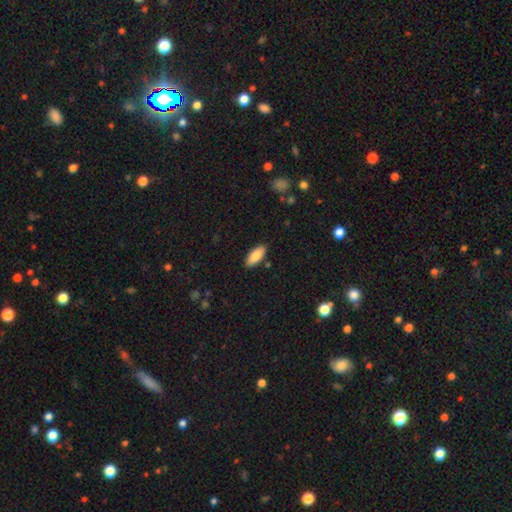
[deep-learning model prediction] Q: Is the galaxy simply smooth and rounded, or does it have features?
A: smooth — 85%.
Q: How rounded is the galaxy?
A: in between — 85%.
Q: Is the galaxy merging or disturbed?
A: none — 87%.